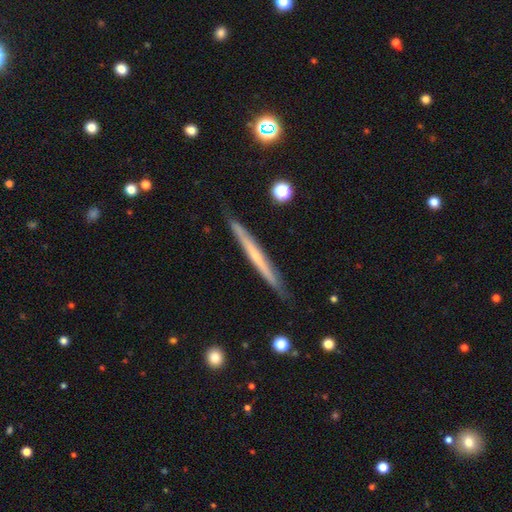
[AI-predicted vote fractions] Morphology: type=featured or disk (60%); edge-on=yes (96%); edge-on bulge=none (73%); merging=none (89%).